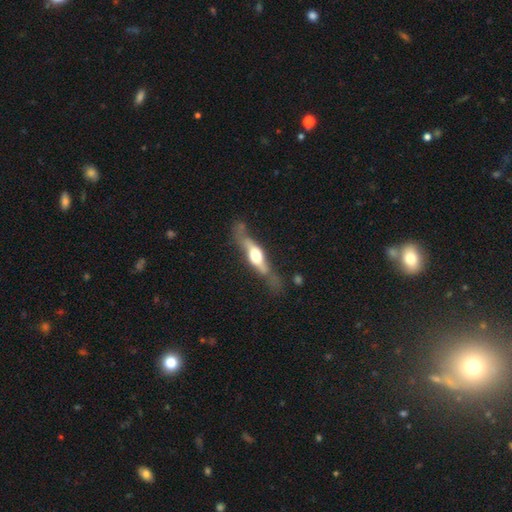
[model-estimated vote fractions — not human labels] This is likely a featured or disk galaxy (69%). It is clearly viewed edge-on (86%). Edge-on bulge: clearly rounded (89%). Merging: possibly none (58%).